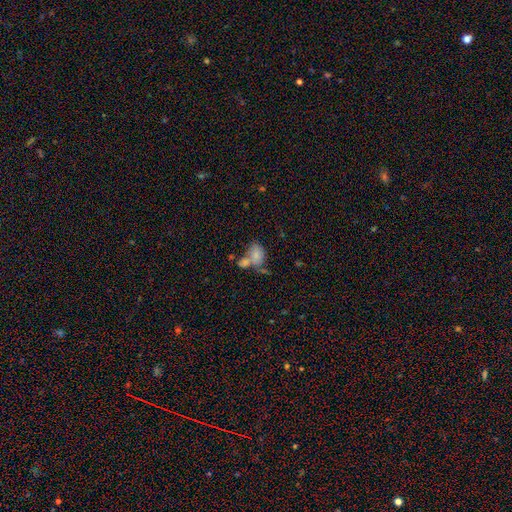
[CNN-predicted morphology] The model was most divided on "merging": merger: 50%, none: 26%, minor disturbance: 14%, major disturbance: 10%. More confident: how rounded — in between (83%); smooth or featured — smooth (74%).